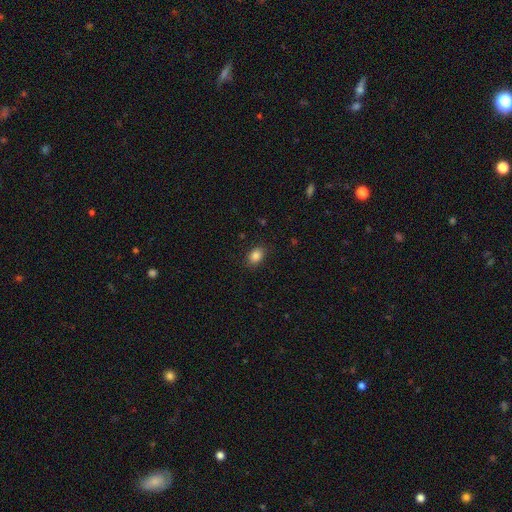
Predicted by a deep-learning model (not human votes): The model was most divided on "how rounded": in between: 75%, round: 24%, cigar-shaped: 1%. More confident: merging — none (87%); smooth or featured — smooth (86%).